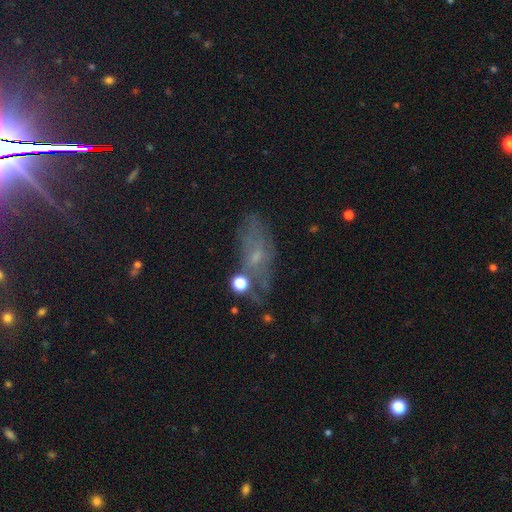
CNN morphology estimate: smooth_or_featured: smooth (p=0.36) [tied with: featured or disk p=0.36]
merging: none (p=0.54) [alt: minor disturbance p=0.24]